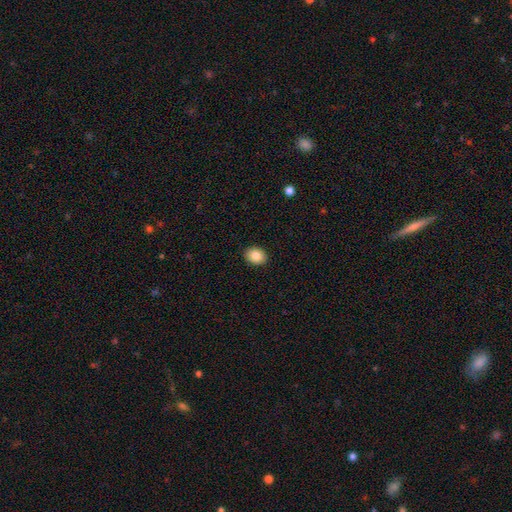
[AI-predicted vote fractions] Smooth or featured: smooth — 85% (star or artifact — 8%)
How rounded: in between — 56% (round — 43%)
Merging: none — 91% (minor disturbance — 7%)